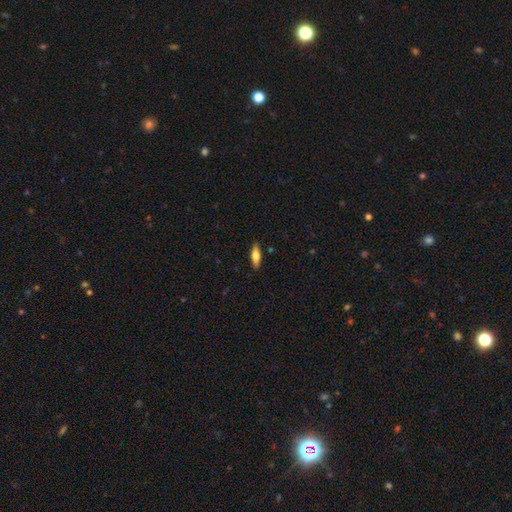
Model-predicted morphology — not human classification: smooth_or_featured: smooth (p=0.64) [alt: featured or disk p=0.29]
how_rounded: in between (p=0.55) [alt: cigar-shaped p=0.42]
merging: none (p=0.88) [alt: minor disturbance p=0.09]